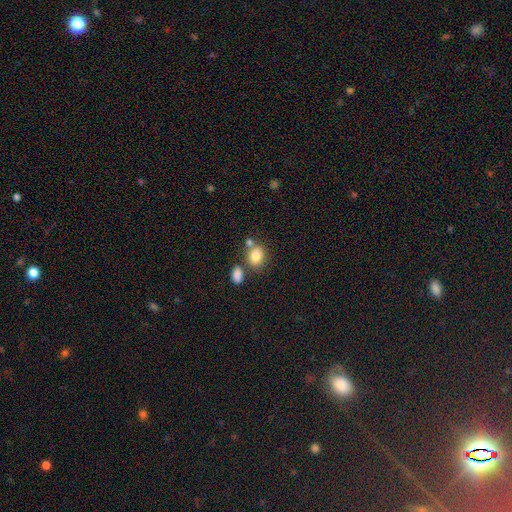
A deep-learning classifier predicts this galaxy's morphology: Smooth or featured? Predicted: smooth (p=0.81). How rounded? Predicted: round (p=0.52). Merging? Predicted: none (p=0.62).